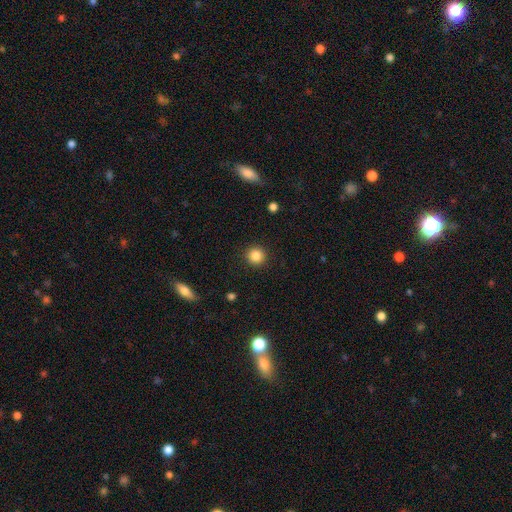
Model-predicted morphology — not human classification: smooth 85%, star or artifact 11%, featured or disk 4%. Down the decision tree: how rounded — round (94%); merging — none (92%).